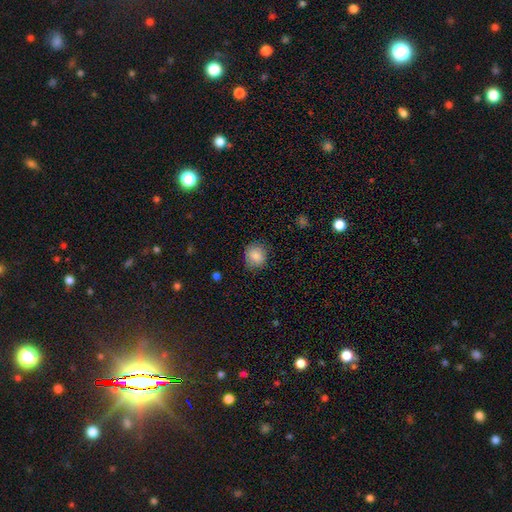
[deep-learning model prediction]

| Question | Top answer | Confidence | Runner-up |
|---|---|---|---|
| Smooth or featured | smooth | 84% | star or artifact (9%) |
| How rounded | round | 85% | in between (14%) |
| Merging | none | 82% | minor disturbance (14%) |